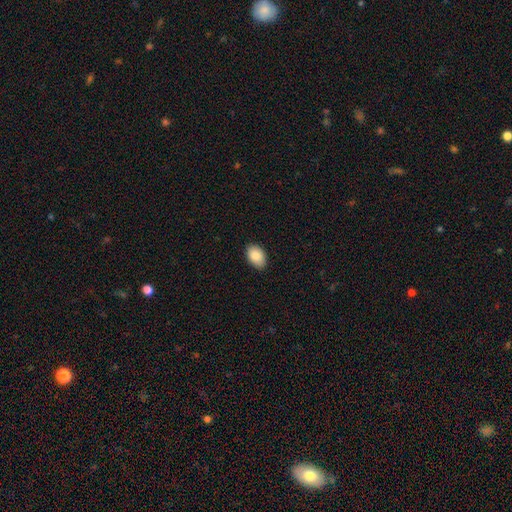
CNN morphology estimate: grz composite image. It shows a smooth galaxy with no disk features (88%) that is in between round and cigar-shaped (89%). Merging: none (87%).